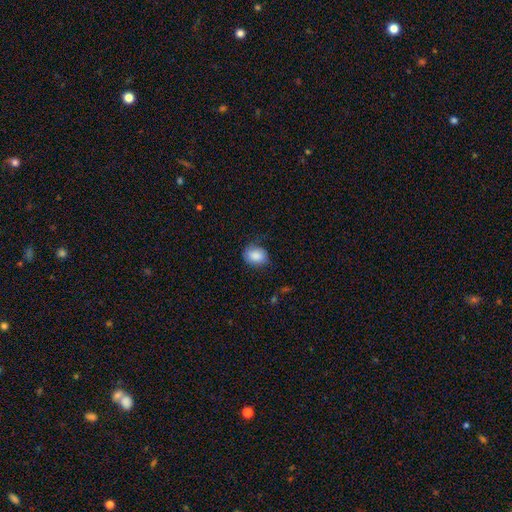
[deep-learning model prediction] Overall: smooth (87%). How rounded: in between (58%; round 41%). Merging: none (73%).